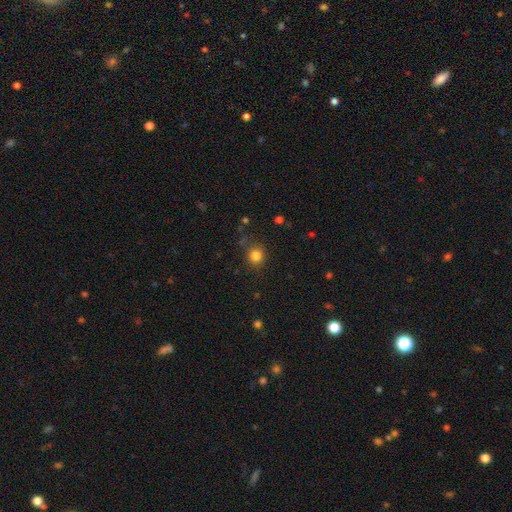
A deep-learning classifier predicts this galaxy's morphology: Smooth or featured: smooth — 83% (star or artifact — 13%)
How rounded: round — 87% (in between — 12%)
Merging: none — 83% (minor disturbance — 11%)